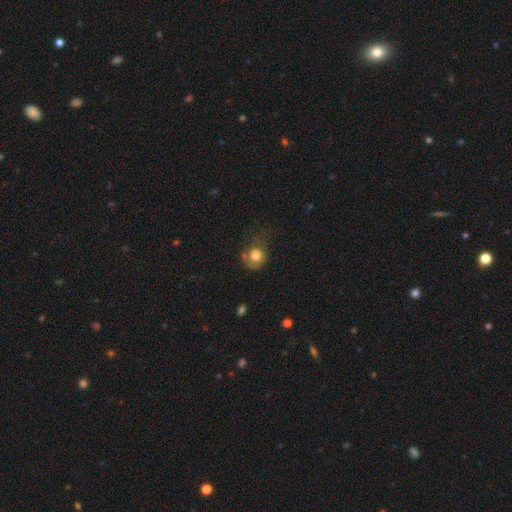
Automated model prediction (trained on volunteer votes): This is likely a smooth galaxy (78%). How rounded: likely round (79%). Merging: possibly none (48%).